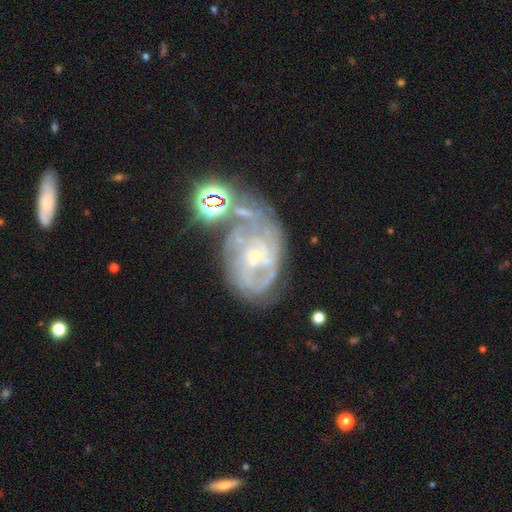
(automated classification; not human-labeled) The model was most divided on "spiral arm count": can't tell: 42%, 2: 23%, 3: 16%, 4: 8%, 1: 6%, more than 4: 5%. Remaining: edge-on disk — no (97%); spiral arms — yes (89%); smooth or featured — featured or disk (81%); bulge size — small (76%); bar — no (66%); spiral winding — tight (58%); merging — none (43%).